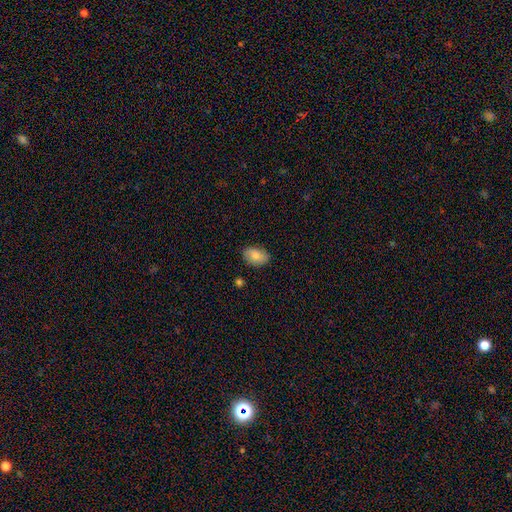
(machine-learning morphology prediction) This is clearly a smooth galaxy (81%). How rounded: clearly in between (88%). Merging: clearly none (83%).